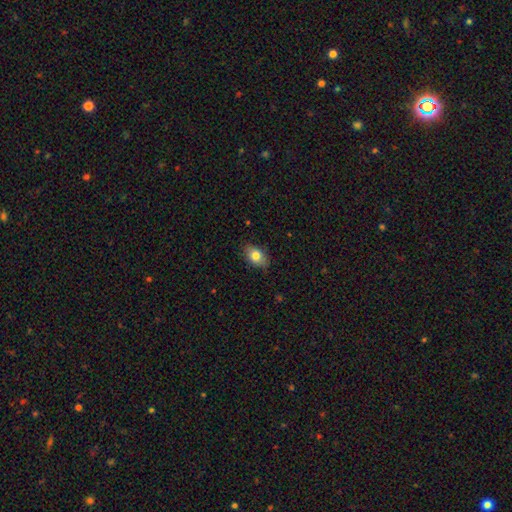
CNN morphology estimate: Smooth or featured? Predicted: smooth (p=0.81). How rounded? Predicted: in between (p=0.84). Merging? Predicted: none (p=0.83).